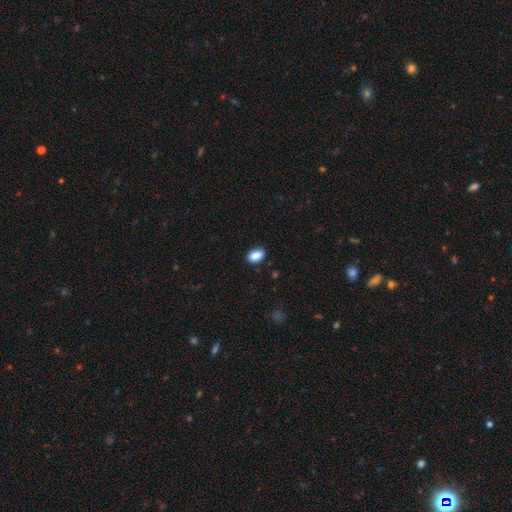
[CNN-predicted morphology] The model was most divided on "merging": none: 86%, minor disturbance: 11%, major disturbance: 2%, merger: 1%. More confident: how rounded — in between (88%); smooth or featured — smooth (88%).